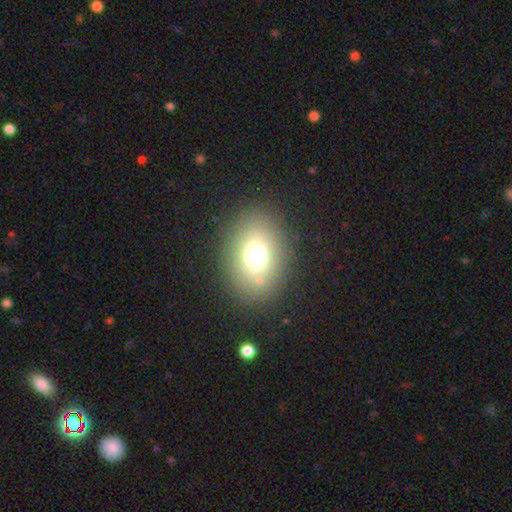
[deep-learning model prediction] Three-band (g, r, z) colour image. It shows a smooth galaxy with no disk features (72%) that is in between round and cigar-shaped (67%). Merging: none (84%).